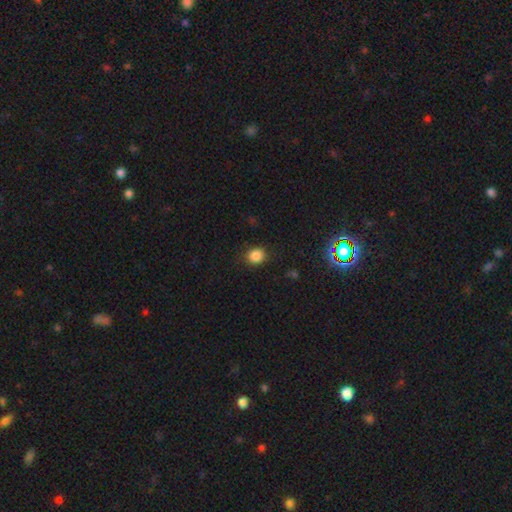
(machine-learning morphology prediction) Q: Smooth or featured?
A: smooth (85%); runner-up: star or artifact (11%)
Q: How rounded?
A: round (73%); runner-up: in between (26%)
Q: Merging?
A: none (85%); runner-up: minor disturbance (10%)